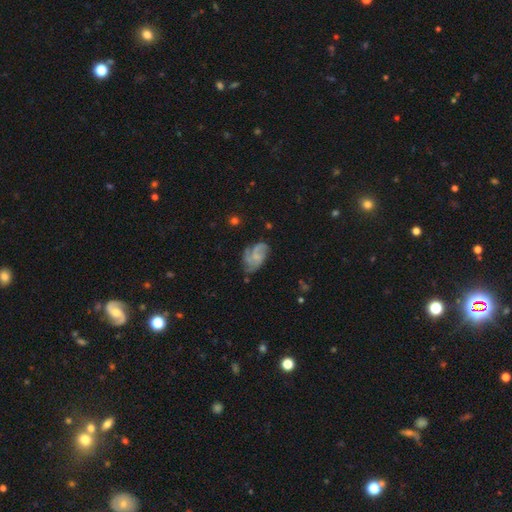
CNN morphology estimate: Overall: featured or disk (67%). Edge-on disk: no (97%). Bar: no (66%; weak 29%). Spiral arms: yes (88%). Spiral arm count: 3 (35%; can't tell 24%). Spiral winding: medium (44%; tight 31%). Bulge size: none (50%; small 30%). Merging: none (57%; minor disturbance 24%).